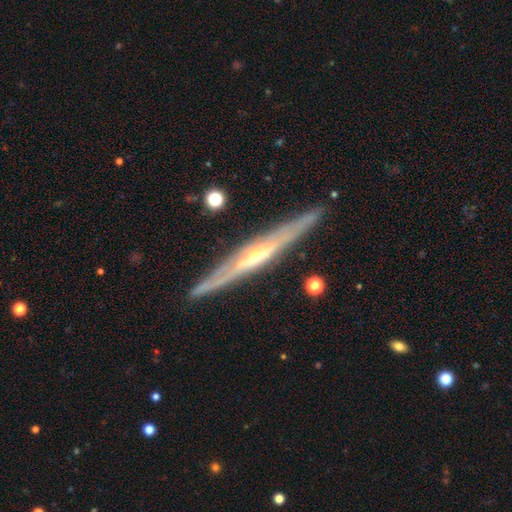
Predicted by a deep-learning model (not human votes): A featured or disk galaxy (82%) viewed edge-on (95%) with a rounded central bulge (69%).

Vote fractions:
- Smooth or featured? featured or disk: 82% / smooth: 13% / star or artifact: 6%
- Edge-on disk? yes: 95% / no: 5%
- Edge-on bulge? rounded: 69% / none: 24% / boxy: 6%
- Merging? none: 88% / minor disturbance: 9% / major disturbance: 2% / merger: 2%